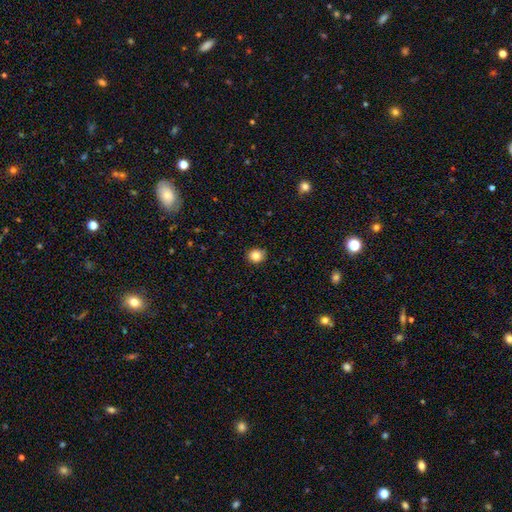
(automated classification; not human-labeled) This appears to be a smooth galaxy with no disk features (83%) that is round (81%). Merging: none (87%).